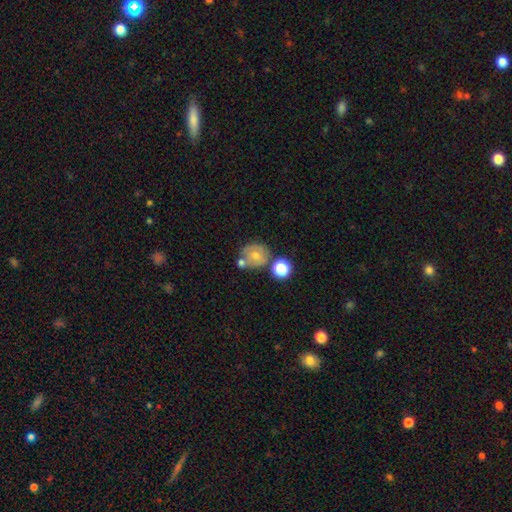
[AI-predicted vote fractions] Smooth or featured: smooth — 50% (featured or disk — 38%)
How rounded: round — 78% (in between — 21%)
Merging: none — 54% (merger — 23%)